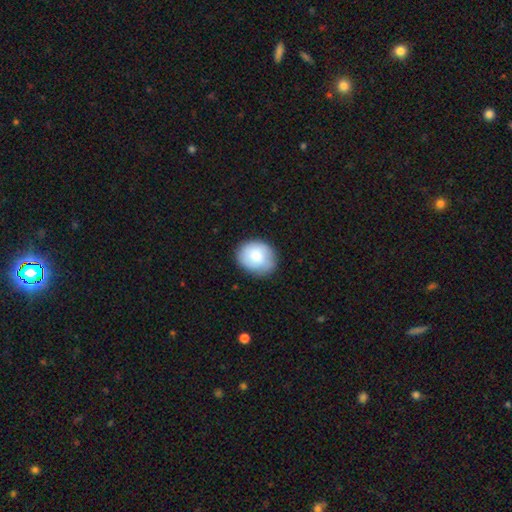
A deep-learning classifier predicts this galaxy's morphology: Smooth or featured: smooth — 79% (featured or disk — 14%)
How rounded: round — 55% (in between — 44%)
Merging: none — 79% (minor disturbance — 16%)